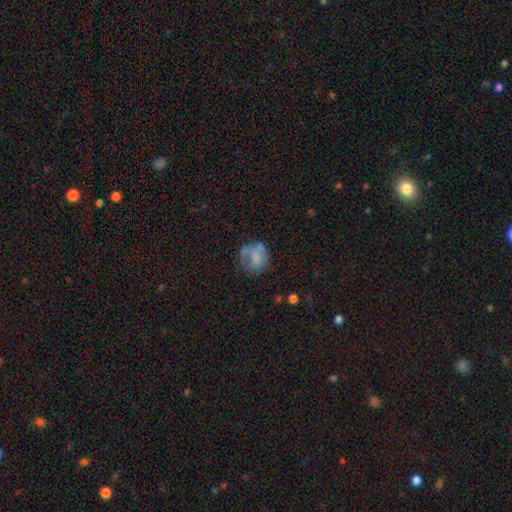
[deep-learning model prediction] This is likely a smooth galaxy (60%). How rounded: likely round (78%). Merging: possibly none (48%).